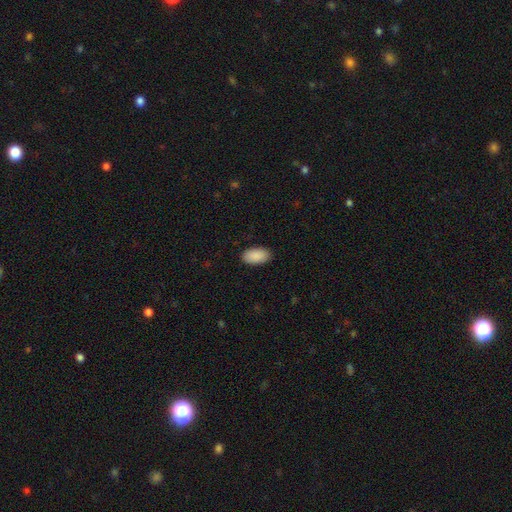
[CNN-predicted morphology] Smooth or featured? smooth (91%)
How rounded? in between (96%)
Merging? none (89%)